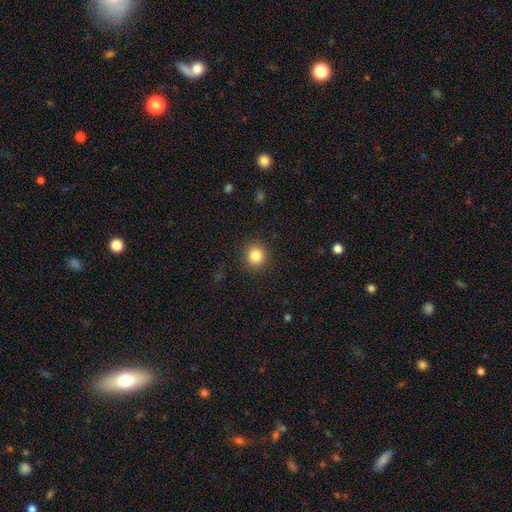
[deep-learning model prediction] This is clearly a smooth galaxy (84%). How rounded: clearly round (90%). Merging: clearly none (90%).